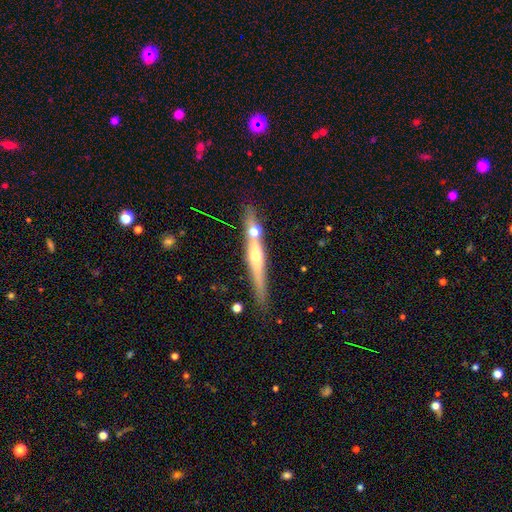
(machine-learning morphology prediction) This is likely a featured or disk galaxy (64%). It is clearly viewed edge-on (92%). Edge-on bulge: clearly rounded (84%). Merging: likely none (72%).